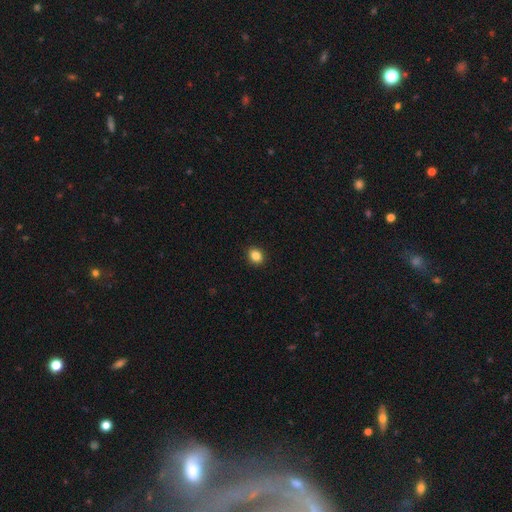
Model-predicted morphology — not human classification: type=smooth (85%); roundness=round (54%); merging=none (91%).